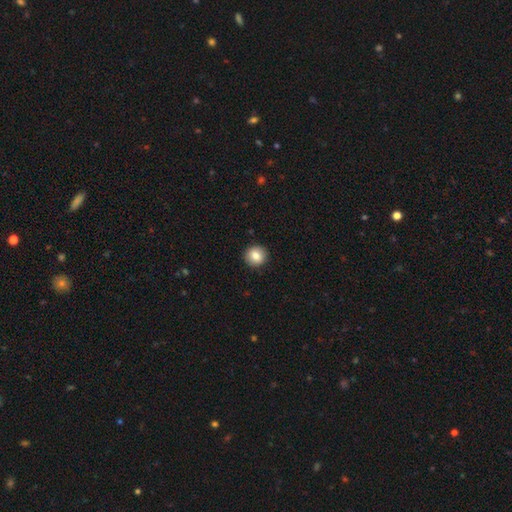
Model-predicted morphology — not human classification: type=smooth (83%); roundness=round (93%); merging=none (92%).